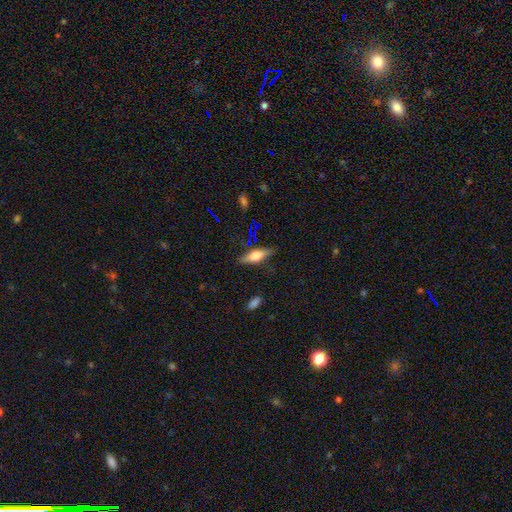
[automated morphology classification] This appears to be a smooth galaxy with no disk features (50%) that is in between round and cigar-shaped (50%). Merging: none (82%).